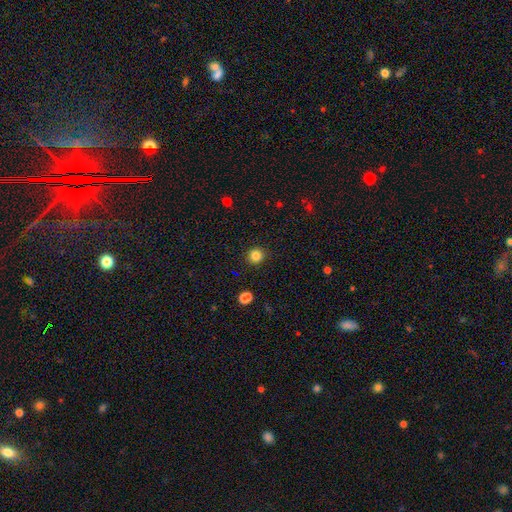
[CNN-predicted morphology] The model was most divided on "smooth or featured": smooth: 84%, star or artifact: 12%, featured or disk: 4%. More confident: how rounded — round (91%); merging — none (90%).